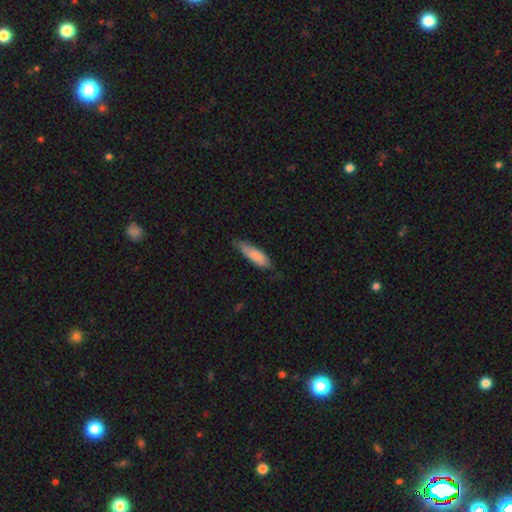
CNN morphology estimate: A smooth galaxy with no disk features (82%) that is cigar-shaped (53%).

Vote fractions:
- Smooth or featured? smooth: 82% / featured or disk: 12% / star or artifact: 6%
- How rounded? cigar-shaped: 53% / in between: 46% / round: 1%
- Merging? none: 60% / minor disturbance: 32% / major disturbance: 6% / merger: 2%